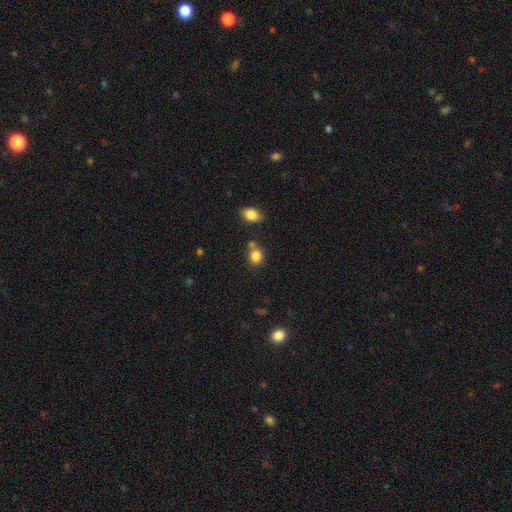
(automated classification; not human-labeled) smooth-or-featured: smooth: 84% | star or artifact: 10% | featured or disk: 5%
  how-rounded: round: 61% | in between: 38% | cigar-shaped: 1%
  merging: none: 64% | merger: 18% | minor disturbance: 14% | major disturbance: 4%